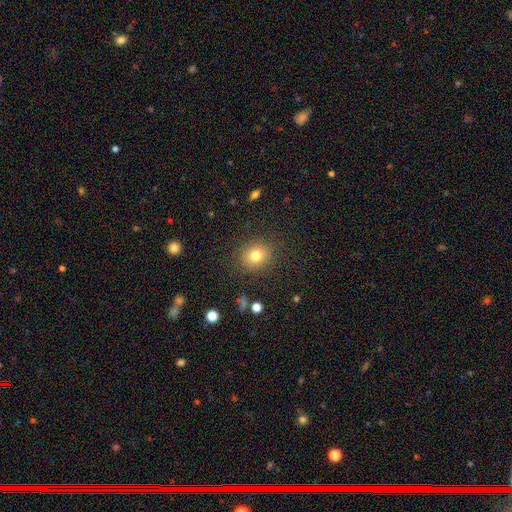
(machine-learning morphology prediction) type=smooth (79%); roundness=round (75%); merging=none (86%).